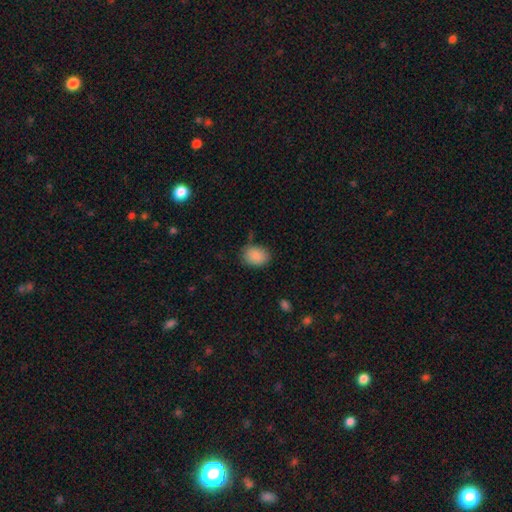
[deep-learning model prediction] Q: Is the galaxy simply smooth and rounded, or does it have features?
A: smooth — 88%.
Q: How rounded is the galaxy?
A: in between — 64%.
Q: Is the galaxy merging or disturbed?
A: none — 79%.